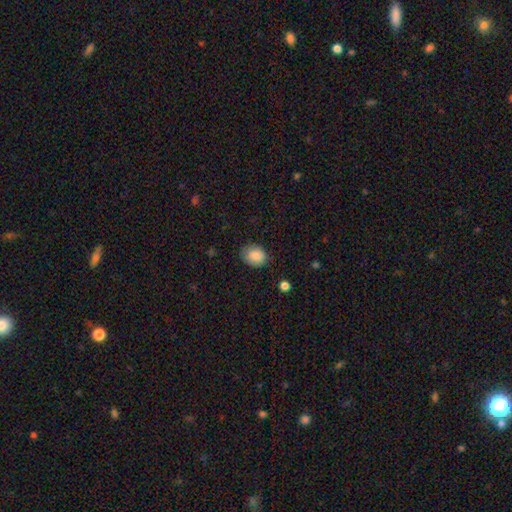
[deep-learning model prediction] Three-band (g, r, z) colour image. It shows a smooth galaxy with no disk features (85%) that is in between round and cigar-shaped (57%). Merging: none (73%).